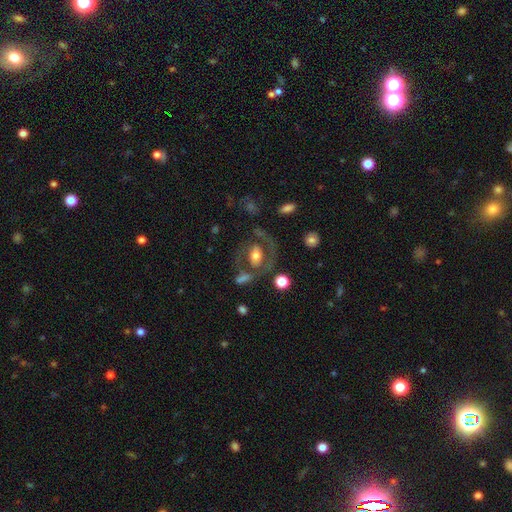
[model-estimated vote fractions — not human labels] Smooth or featured? featured or disk (58%)
Edge-on disk? no (93%)
Bar? no (56%)
Spiral arms? no (57%)
Bulge size? moderate (59%)
Merging? none (58%)